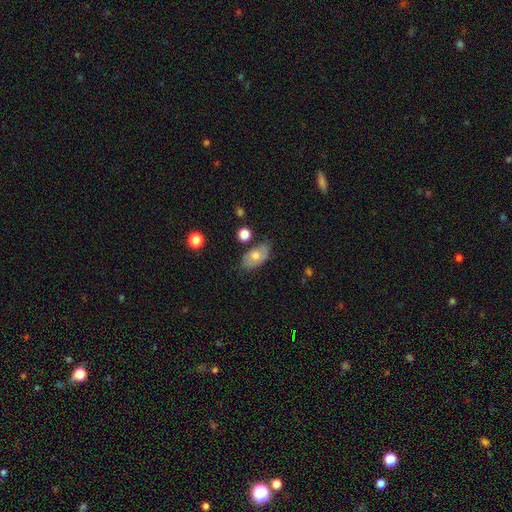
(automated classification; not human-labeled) A smooth galaxy with no disk features (62%) that is in between round and cigar-shaped (90%).

Vote fractions:
- Smooth or featured? smooth: 62% / featured or disk: 30% / star or artifact: 9%
- How rounded? in between: 90% / round: 7% / cigar-shaped: 3%
- Merging? none: 69% / minor disturbance: 21% / major disturbance: 5% / merger: 5%